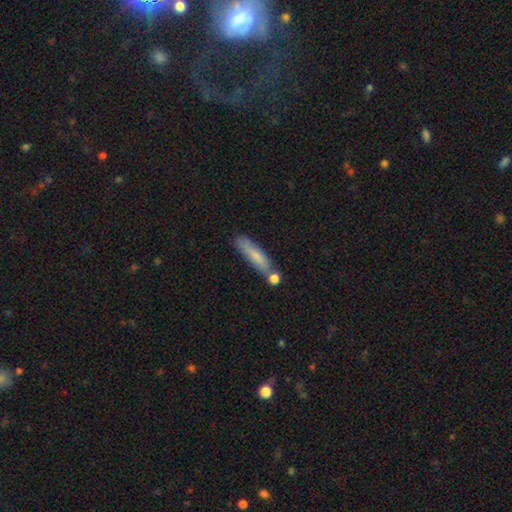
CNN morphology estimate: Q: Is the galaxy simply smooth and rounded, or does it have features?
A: smooth — 75%.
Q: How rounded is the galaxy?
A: cigar-shaped — 80%.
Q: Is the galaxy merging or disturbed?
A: none — 60%.